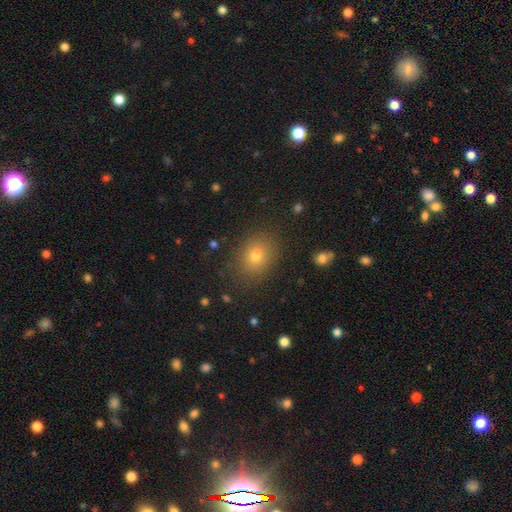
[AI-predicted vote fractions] Overall: smooth (75%). How rounded: in between (51%; round 48%). Merging: none (85%).